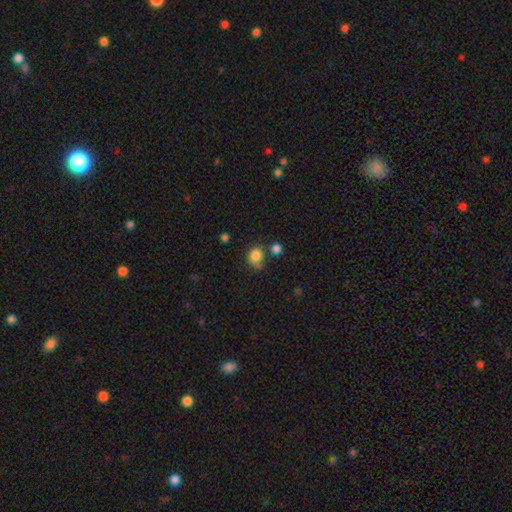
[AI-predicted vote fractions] The model was most divided on "how rounded": round: 69%, in between: 30%, cigar-shaped: 1%. More confident: smooth or featured — smooth (84%); merging — none (60%).